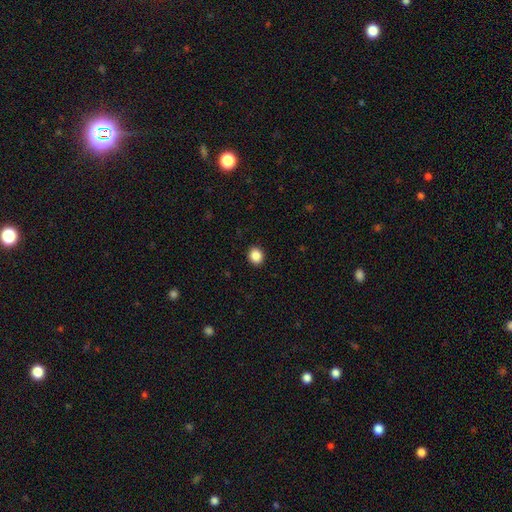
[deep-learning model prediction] Smooth or featured? Predicted: smooth (p=0.88). How rounded? Predicted: round (p=0.75). Merging? Predicted: none (p=0.92).